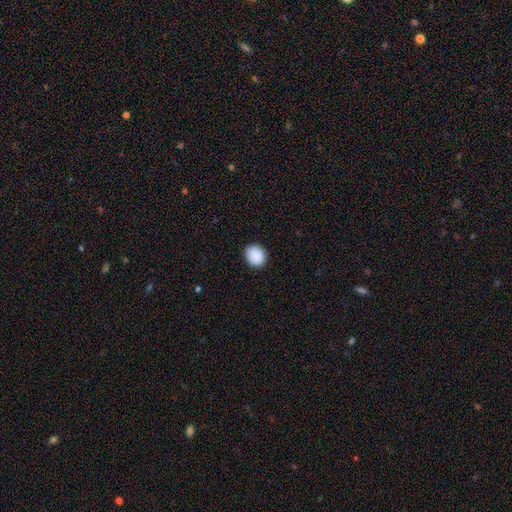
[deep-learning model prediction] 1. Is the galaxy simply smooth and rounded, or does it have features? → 90% smooth, 7% star or artifact, 3% featured or disk.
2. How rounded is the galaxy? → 69% round, 30% in between, 1% cigar-shaped.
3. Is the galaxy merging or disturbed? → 88% none, 10% minor disturbance, 2% major disturbance, 1% merger.